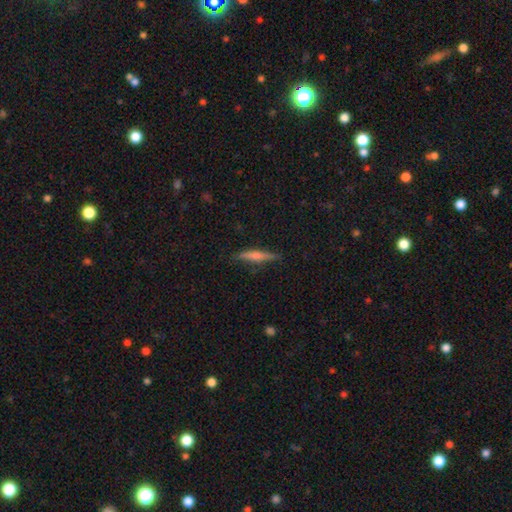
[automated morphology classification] type=smooth (53%); roundness=cigar-shaped (88%); merging=none (81%).